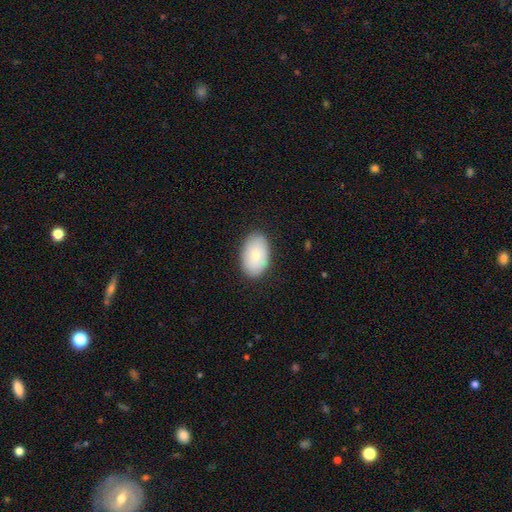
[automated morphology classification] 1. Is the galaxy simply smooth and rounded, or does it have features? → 80% smooth, 14% featured or disk, 7% star or artifact.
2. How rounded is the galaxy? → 89% in between, 10% round, 1% cigar-shaped.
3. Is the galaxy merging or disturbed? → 85% none, 11% minor disturbance, 2% major disturbance, 1% merger.